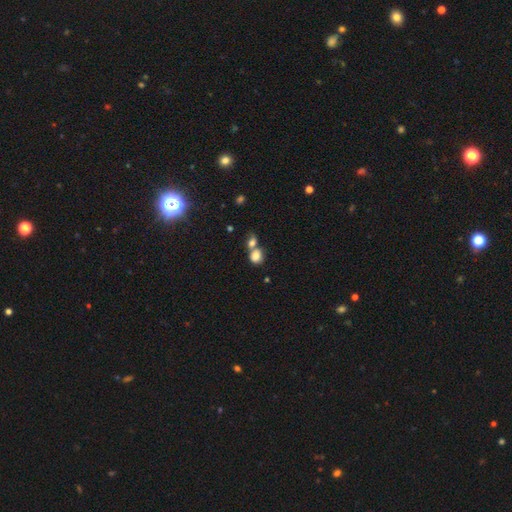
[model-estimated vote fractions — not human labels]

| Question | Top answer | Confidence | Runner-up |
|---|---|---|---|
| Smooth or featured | smooth | 80% | featured or disk (10%) |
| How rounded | round | 62% | in between (37%) |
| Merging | merger | 54% | none (32%) |